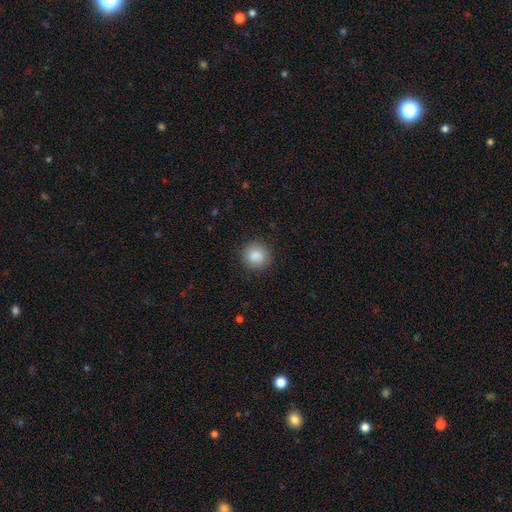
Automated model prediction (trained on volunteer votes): smooth 87%, star or artifact 9%, featured or disk 4%. Down the decision tree: how rounded — round (91%); merging — none (89%).